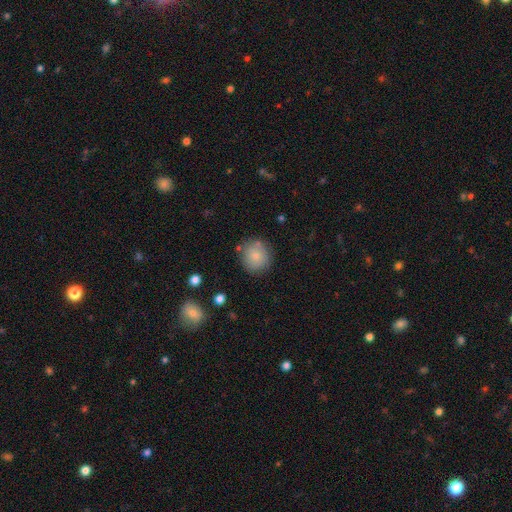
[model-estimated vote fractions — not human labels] smooth-or-featured: smooth: 83% | featured or disk: 9% | star or artifact: 9%
  how-rounded: round: 88% | in between: 11% | cigar-shaped: 1%
  merging: none: 80% | minor disturbance: 12% | merger: 4% | major disturbance: 4%